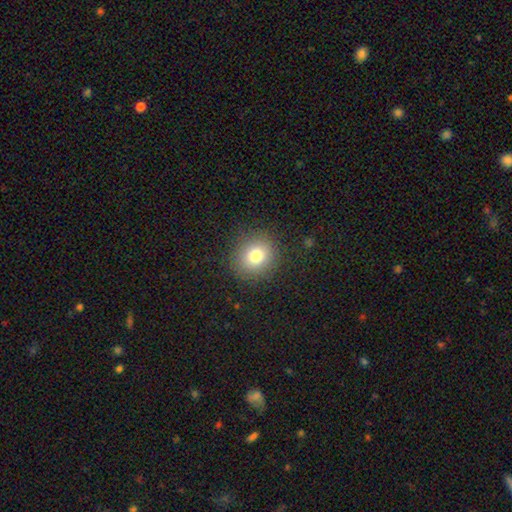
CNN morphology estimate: Smooth or featured?
  - smooth: 79% *
  - star or artifact: 12%
  - featured or disk: 9%
How rounded?
  - round: 87% *
  - in between: 12%
  - cigar-shaped: 1%
Merging?
  - none: 88% *
  - minor disturbance: 8%
  - major disturbance: 3%
  - merger: 1%